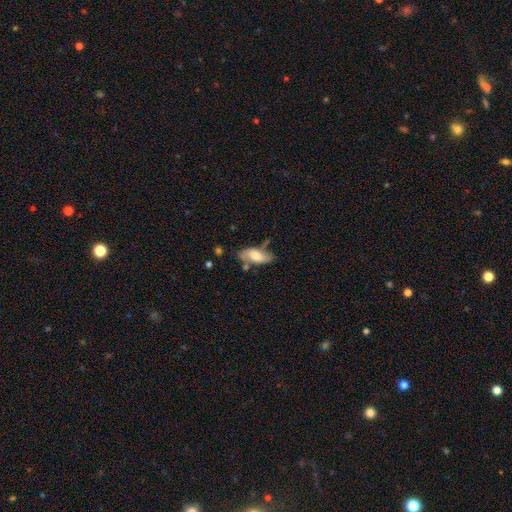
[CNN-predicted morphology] A smooth galaxy with no disk features (58%) that is in between round and cigar-shaped (86%). Merging: none (55%).